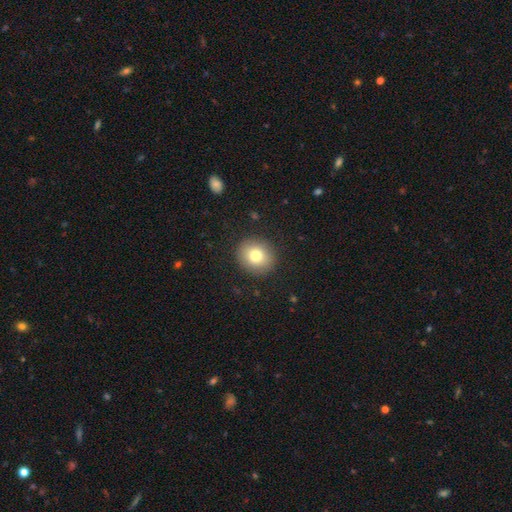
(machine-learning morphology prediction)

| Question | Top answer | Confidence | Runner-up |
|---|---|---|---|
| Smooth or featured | smooth | 80% | featured or disk (10%) |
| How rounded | round | 83% | in between (16%) |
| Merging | none | 90% | minor disturbance (7%) |